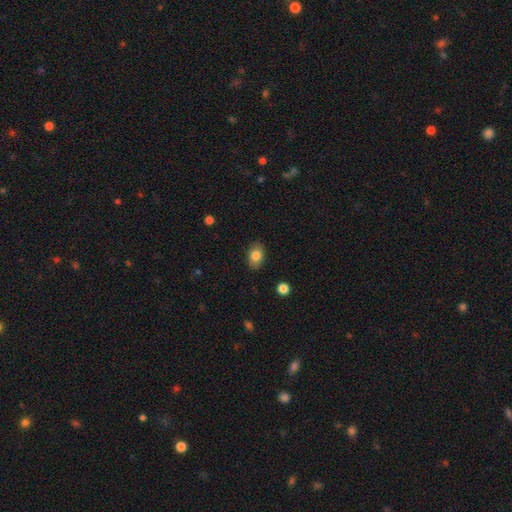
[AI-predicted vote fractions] The model was most divided on "how rounded": in between: 80%, round: 19%, cigar-shaped: 1%. More confident: merging — none (86%); smooth or featured — smooth (82%).